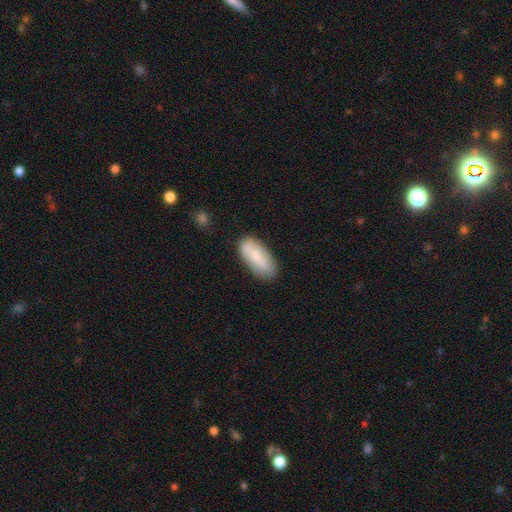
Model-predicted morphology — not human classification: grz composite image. It shows a smooth galaxy with no disk features (73%) that is in between round and cigar-shaped (85%). Merging: none (76%).